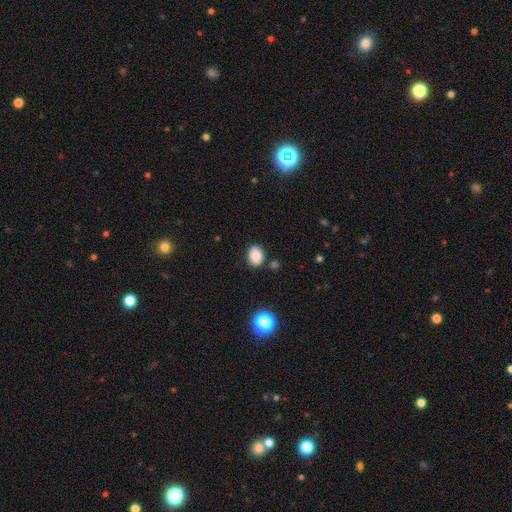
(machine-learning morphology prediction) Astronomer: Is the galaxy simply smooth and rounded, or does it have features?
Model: smooth — 85%.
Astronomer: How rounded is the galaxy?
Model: in between — 66%.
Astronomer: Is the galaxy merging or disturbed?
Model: none — 80%.